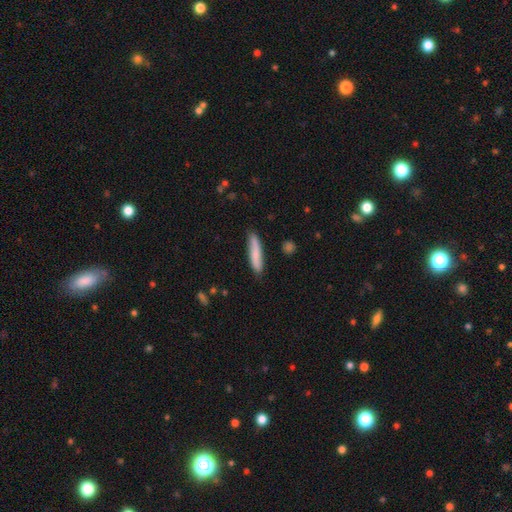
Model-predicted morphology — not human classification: smooth-or-featured: smooth: 78% | featured or disk: 17% | star or artifact: 6%
  how-rounded: cigar-shaped: 81% | in between: 18% | round: 2%
  merging: none: 82% | minor disturbance: 14% | major disturbance: 2% | merger: 2%